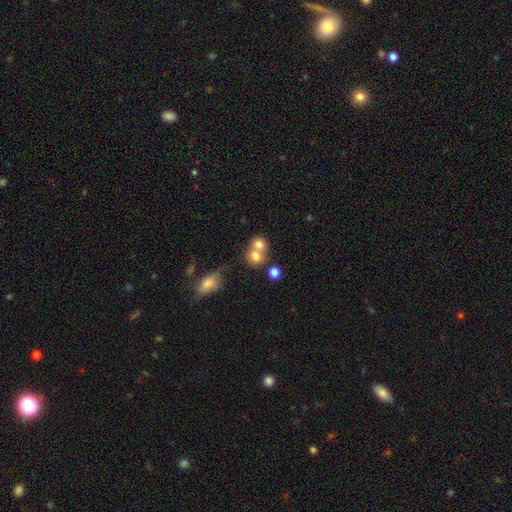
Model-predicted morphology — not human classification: Smooth or featured?
  - smooth: 74% *
  - featured or disk: 15%
  - star or artifact: 11%
How rounded?
  - round: 77% *
  - in between: 21%
  - cigar-shaped: 1%
Merging?
  - merger: 58% *
  - none: 33%
  - minor disturbance: 6%
  - major disturbance: 3%